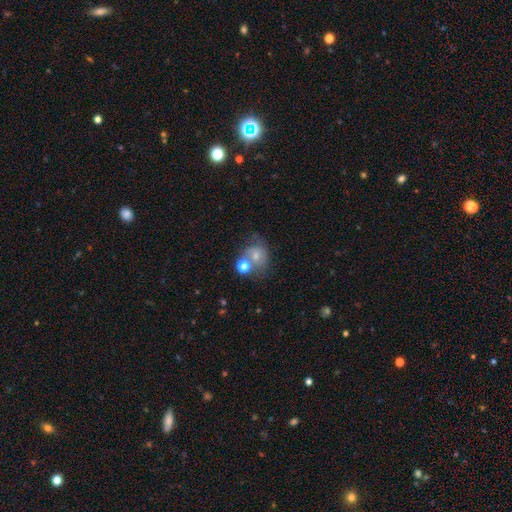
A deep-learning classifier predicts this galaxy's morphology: Overall: smooth (63%; featured or disk 23%). How rounded: round (70%). Merging: none (43%; merger 28%).